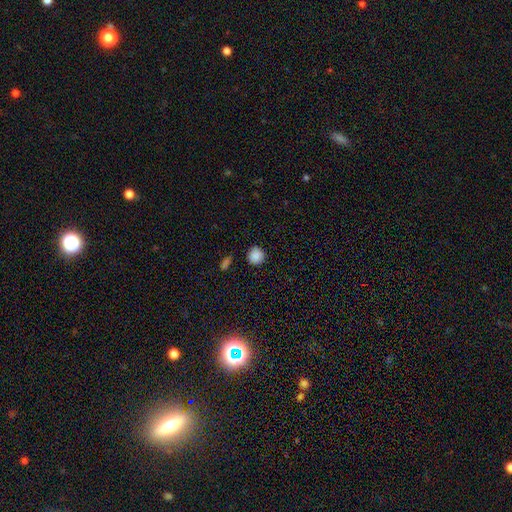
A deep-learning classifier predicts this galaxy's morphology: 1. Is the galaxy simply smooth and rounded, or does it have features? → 87% smooth, 10% star or artifact, 3% featured or disk.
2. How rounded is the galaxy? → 92% round, 7% in between, 1% cigar-shaped.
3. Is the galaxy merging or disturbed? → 87% none, 8% minor disturbance, 2% major disturbance, 2% merger.